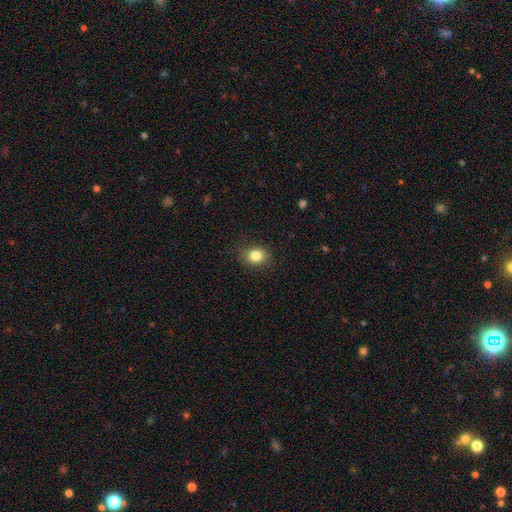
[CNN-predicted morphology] This is clearly a smooth galaxy (82%). How rounded: likely round (61%). Merging: clearly none (85%).